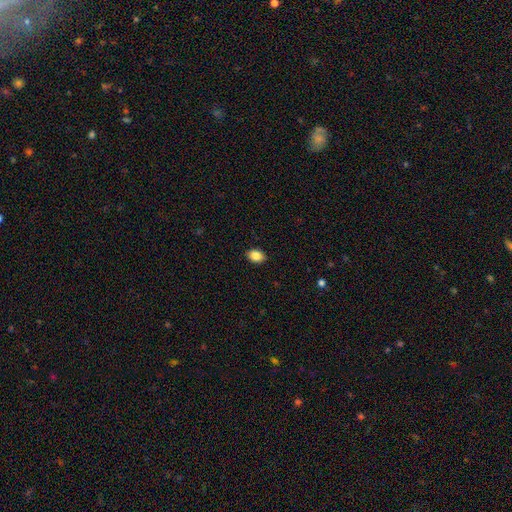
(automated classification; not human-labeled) Smooth or featured? Predicted: smooth (p=0.87). How rounded? Predicted: in between (p=0.73). Merging? Predicted: none (p=0.89).